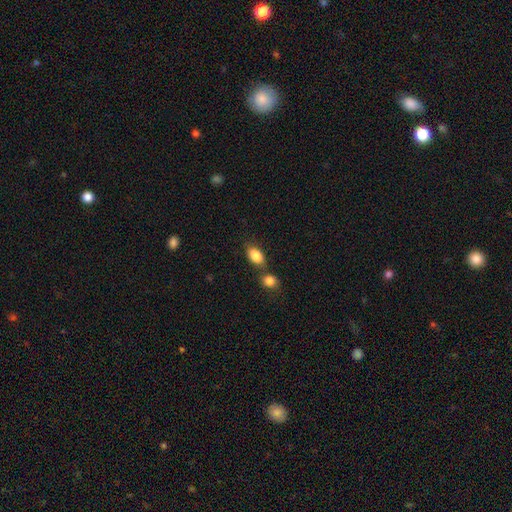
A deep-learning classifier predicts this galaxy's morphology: Smooth or featured? smooth (86%)
How rounded? in between (87%)
Merging? none (58%)